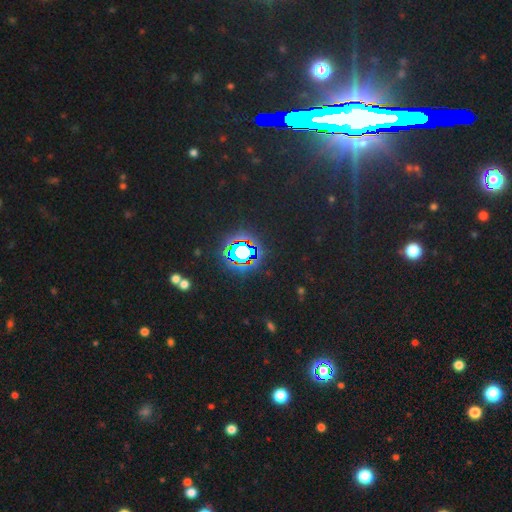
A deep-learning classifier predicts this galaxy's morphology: A star or artifact, not a galaxy (81%).

Vote fractions:
- Smooth or featured? star or artifact: 81% / featured or disk: 10% / smooth: 9%